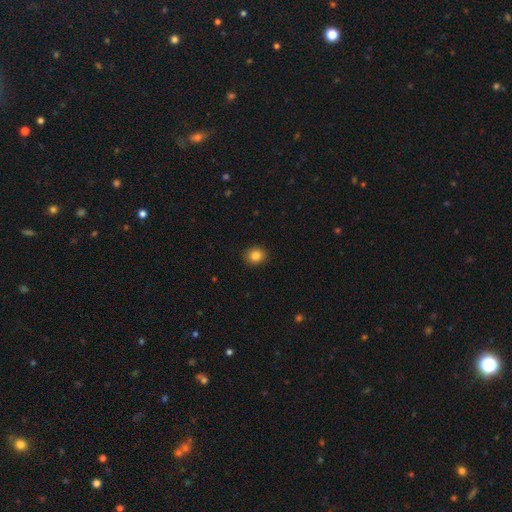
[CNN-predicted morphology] A smooth galaxy with no disk features (84%) that is round (72%).

Vote fractions:
- Smooth or featured? smooth: 84% / star or artifact: 10% / featured or disk: 5%
- How rounded? round: 72% / in between: 27% / cigar-shaped: 1%
- Merging? none: 90% / minor disturbance: 7% / major disturbance: 2% / merger: 1%